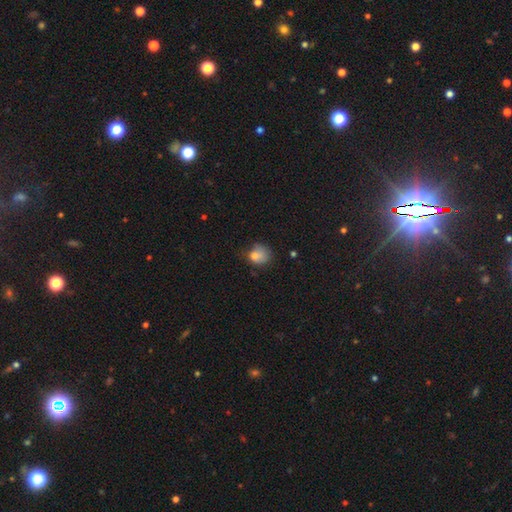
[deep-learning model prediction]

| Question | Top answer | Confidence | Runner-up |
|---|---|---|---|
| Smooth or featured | smooth | 78% | star or artifact (11%) |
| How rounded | round | 67% | in between (32%) |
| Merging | none | 46% | minor disturbance (33%) |